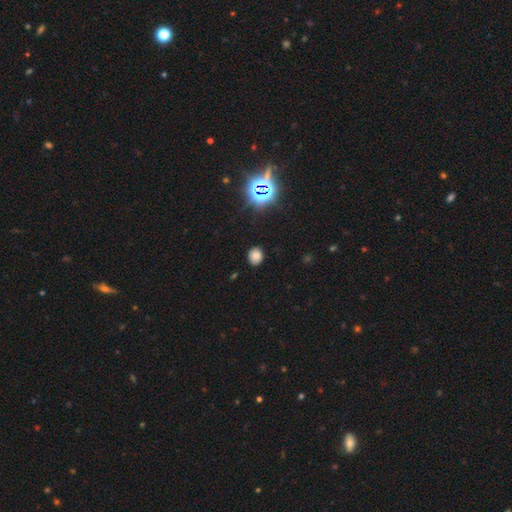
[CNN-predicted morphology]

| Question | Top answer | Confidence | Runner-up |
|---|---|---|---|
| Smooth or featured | smooth | 75% | star or artifact (19%) |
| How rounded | round | 62% | in between (37%) |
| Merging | none | 86% | minor disturbance (11%) |